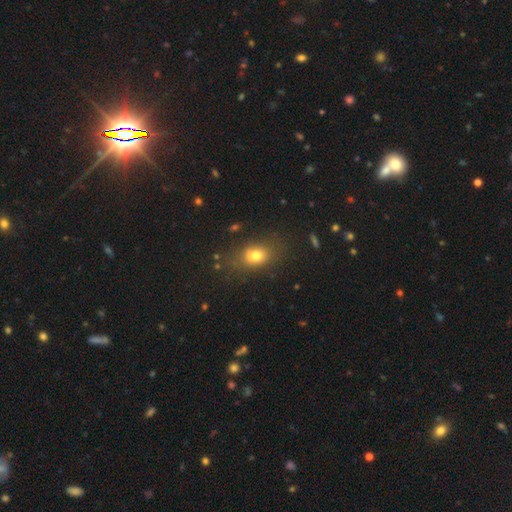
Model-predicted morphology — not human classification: smooth_or_featured: smooth (p=0.74) [alt: star or artifact p=0.13]
how_rounded: in between (p=0.63) [alt: round p=0.35]
merging: none (p=0.69) [alt: minor disturbance p=0.19]